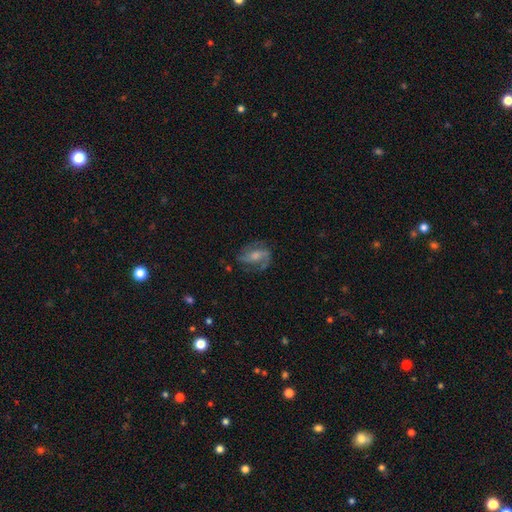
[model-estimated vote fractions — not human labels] featured or disk 69%, smooth 23%, star or artifact 8%. Down the decision tree: edge-on disk — no (96%); bar — weak (41%); spiral arms — yes (88%); spiral arm count — 2 (62%); spiral winding — medium (47%); bulge size — moderate (42%); merging — none (62%).